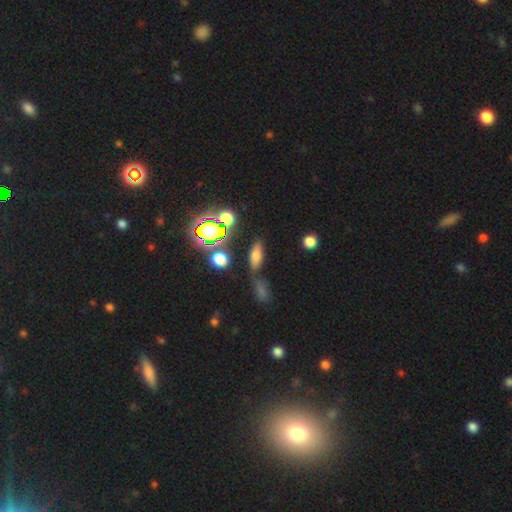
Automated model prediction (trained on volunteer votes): Smooth or featured? Predicted: smooth (p=0.64). How rounded? Predicted: in between (p=0.64). Merging? Predicted: none (p=0.67).